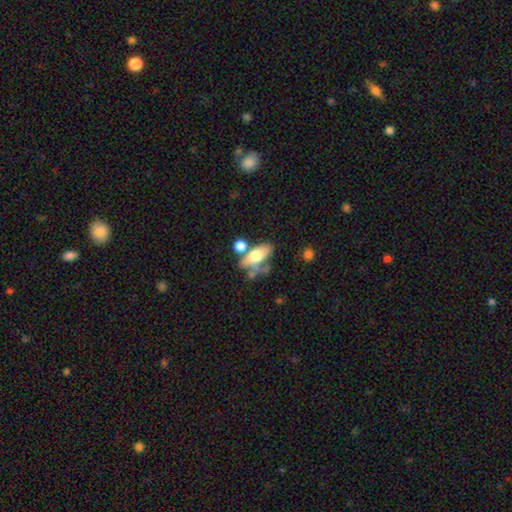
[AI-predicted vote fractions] Morphology: type=smooth (61%); roundness=in between (80%); merging=none (39%).